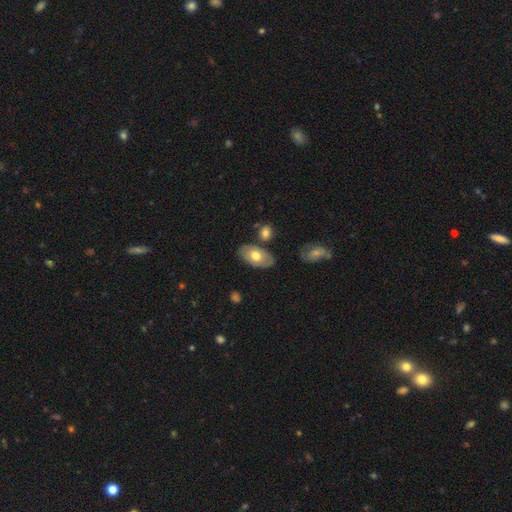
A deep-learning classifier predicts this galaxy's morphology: The model was most divided on "smooth or featured": smooth: 63%, featured or disk: 31%, star or artifact: 6%. More confident: how rounded — in between (94%); merging — none (77%).